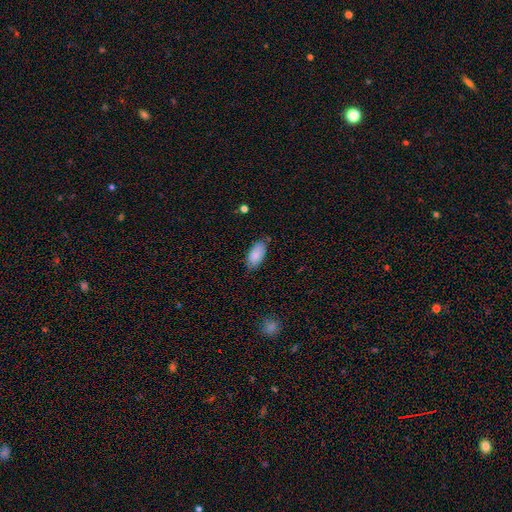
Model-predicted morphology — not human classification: smooth 86%, featured or disk 7%, star or artifact 7%. Down the decision tree: how rounded — in between (93%); merging — none (76%).